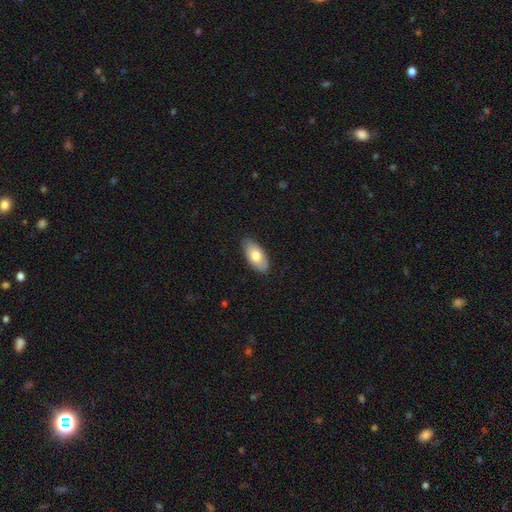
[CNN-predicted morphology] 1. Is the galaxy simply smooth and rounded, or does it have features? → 72% smooth, 22% featured or disk, 6% star or artifact.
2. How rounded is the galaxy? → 93% in between, 4% cigar-shaped, 3% round.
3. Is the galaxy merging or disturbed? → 84% none, 13% minor disturbance, 2% major disturbance, 1% merger.